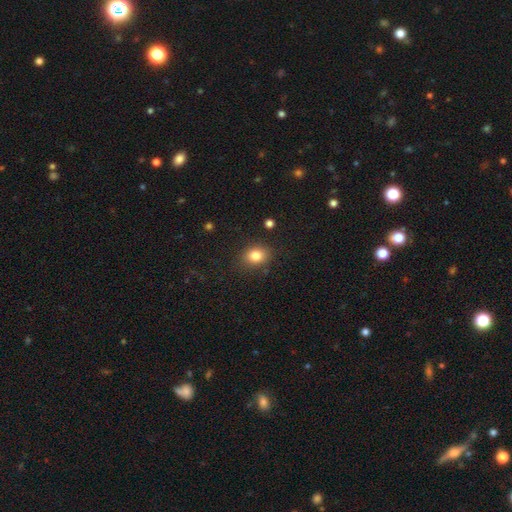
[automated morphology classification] A smooth galaxy with no disk features (82%) that is round (50%). Merging: none (84%).